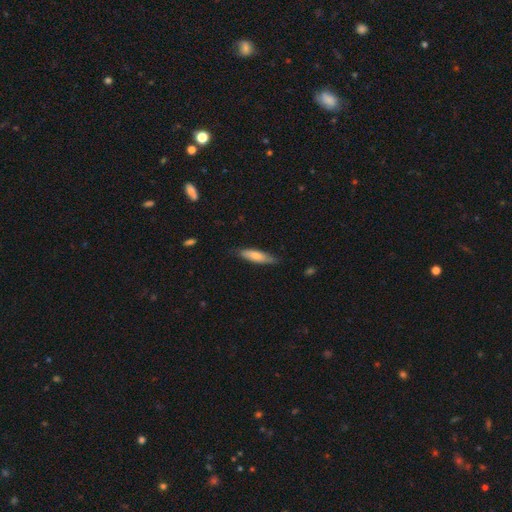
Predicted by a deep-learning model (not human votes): The model was most divided on "how rounded": cigar-shaped: 65%, in between: 33%, round: 2%. More confident: merging — none (77%); smooth or featured — smooth (71%).